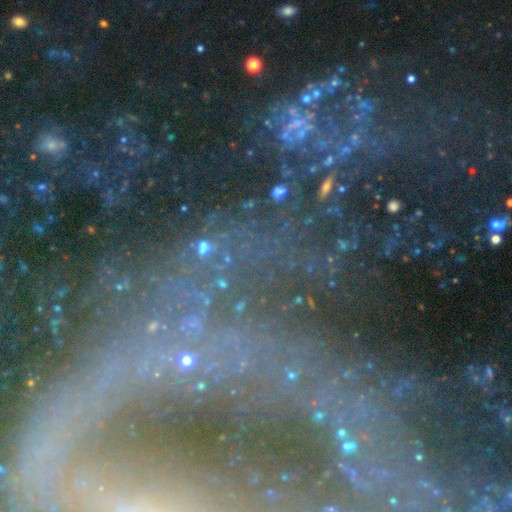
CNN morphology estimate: smooth-or-featured: star or artifact: 47% | featured or disk: 40% | smooth: 13%